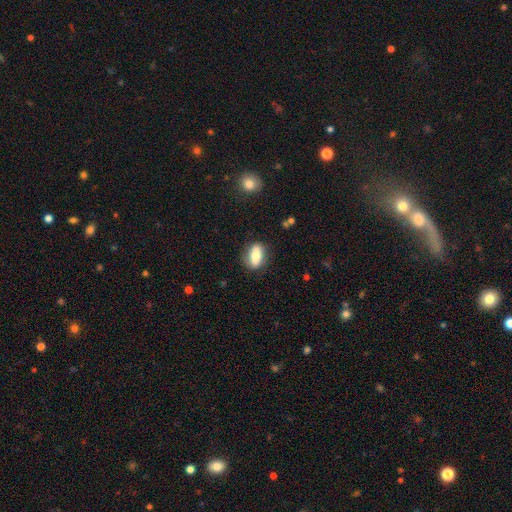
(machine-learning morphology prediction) smooth-or-featured: smooth: 69% | featured or disk: 24% | star or artifact: 7%
  how-rounded: in between: 80% | cigar-shaped: 12% | round: 8%
  merging: none: 79% | minor disturbance: 15% | major disturbance: 4% | merger: 2%